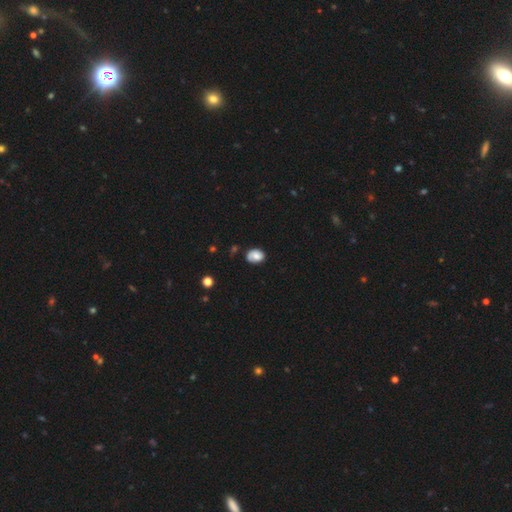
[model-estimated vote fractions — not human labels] A smooth galaxy with no disk features (68%) that is in between round and cigar-shaped (62%).

Vote fractions:
- Smooth or featured? smooth: 68% / featured or disk: 23% / star or artifact: 9%
- How rounded? in between: 62% / round: 37% / cigar-shaped: 1%
- Merging? none: 62% / minor disturbance: 27% / major disturbance: 8% / merger: 3%